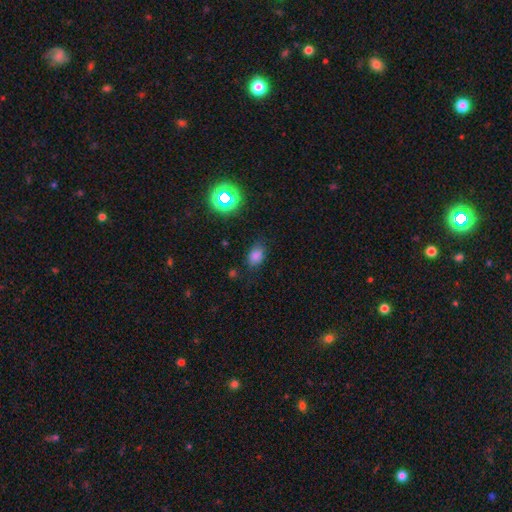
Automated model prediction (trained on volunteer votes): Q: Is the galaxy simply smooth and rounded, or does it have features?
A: smooth — 76%.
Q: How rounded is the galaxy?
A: in between — 78%.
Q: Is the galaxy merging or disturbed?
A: none — 75%.